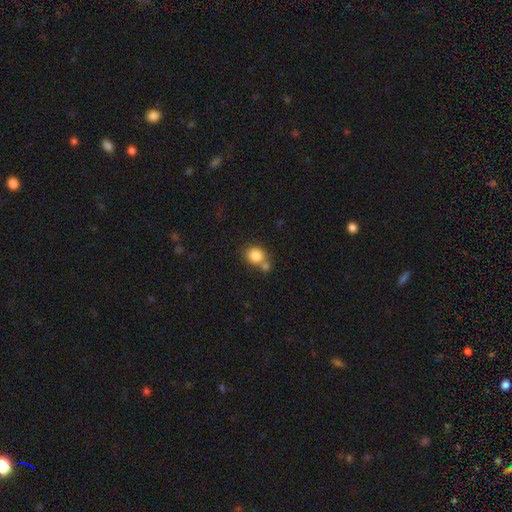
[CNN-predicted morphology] type=smooth (84%); roundness=round (70%); merging=none (53%).